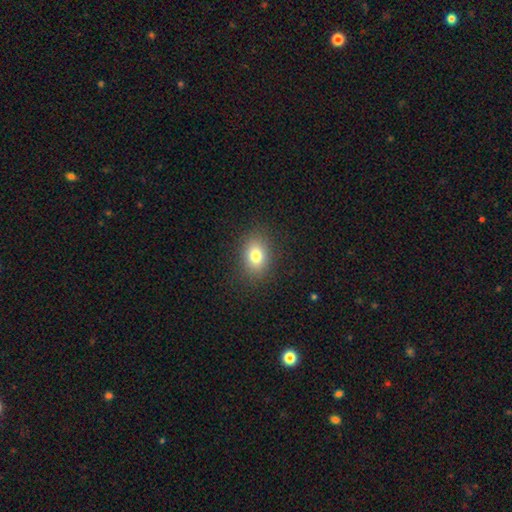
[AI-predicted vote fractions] Q: Smooth or featured?
A: smooth (79%); runner-up: star or artifact (12%)
Q: How rounded?
A: in between (66%); runner-up: round (33%)
Q: Merging?
A: none (87%); runner-up: minor disturbance (9%)